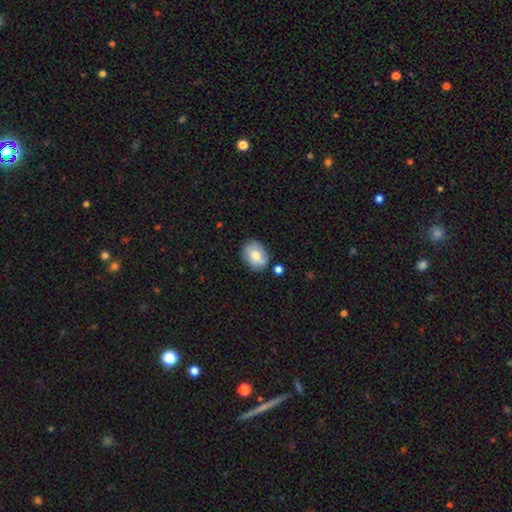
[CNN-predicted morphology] smooth_or_featured: smooth (p=0.70) [alt: featured or disk p=0.22]
how_rounded: in between (p=0.58) [alt: round p=0.41]
merging: none (p=0.74) [alt: minor disturbance p=0.17]